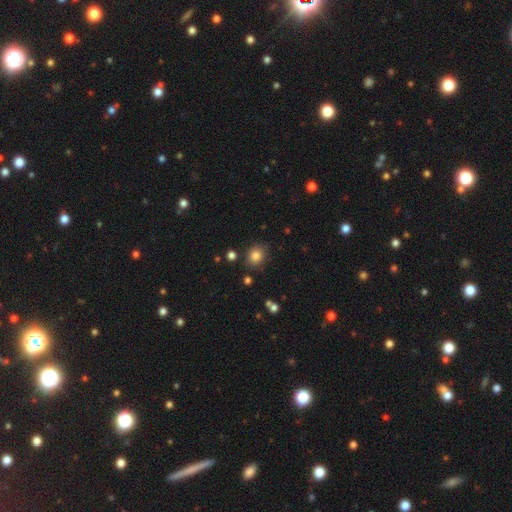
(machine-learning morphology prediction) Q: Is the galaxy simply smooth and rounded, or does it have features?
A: smooth — 82%.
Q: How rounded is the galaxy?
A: round — 69%.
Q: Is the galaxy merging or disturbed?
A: none — 84%.